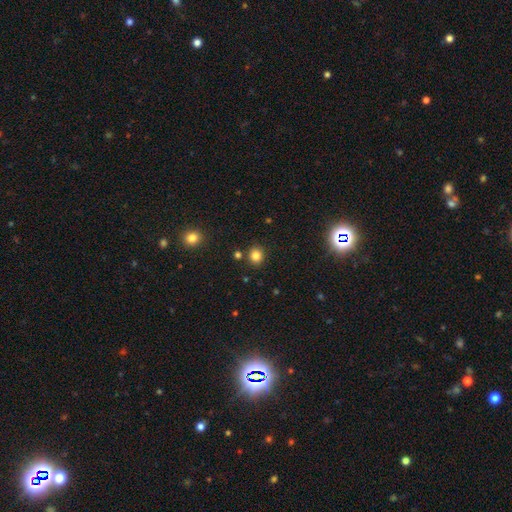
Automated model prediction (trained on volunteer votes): Smooth or featured?
  - smooth: 82% *
  - star or artifact: 13%
  - featured or disk: 5%
How rounded?
  - round: 82% *
  - in between: 17%
  - cigar-shaped: 1%
Merging?
  - none: 85% *
  - minor disturbance: 7%
  - merger: 5%
  - major disturbance: 2%